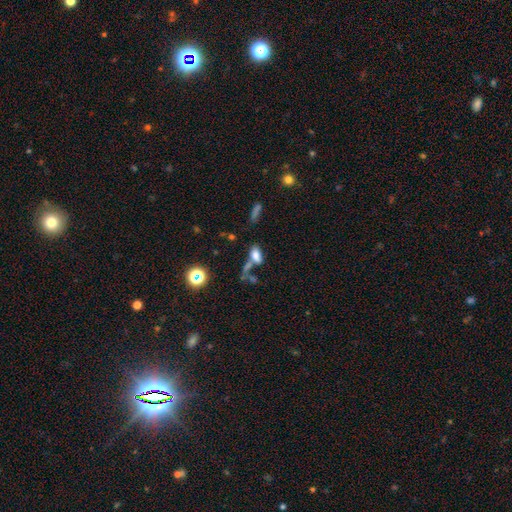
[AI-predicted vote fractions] A smooth galaxy with no disk features (72%) that is in between round and cigar-shaped (85%).

Vote fractions:
- Smooth or featured? smooth: 72% / star or artifact: 14% / featured or disk: 13%
- How rounded? in between: 85% / cigar-shaped: 8% / round: 7%
- Merging? none: 42% / merger: 31% / minor disturbance: 14% / major disturbance: 13%